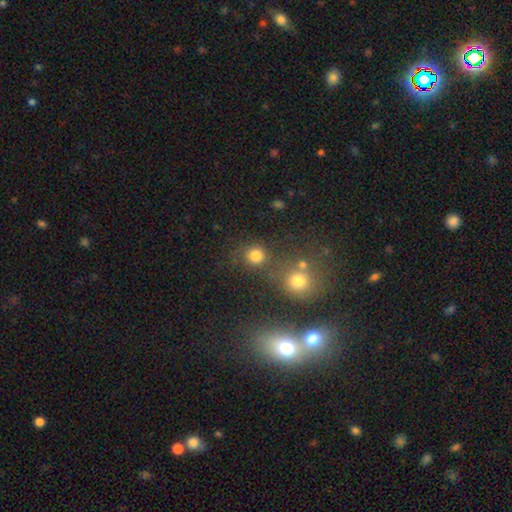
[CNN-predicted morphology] type=smooth (79%); roundness=round (88%); merging=none (67%).